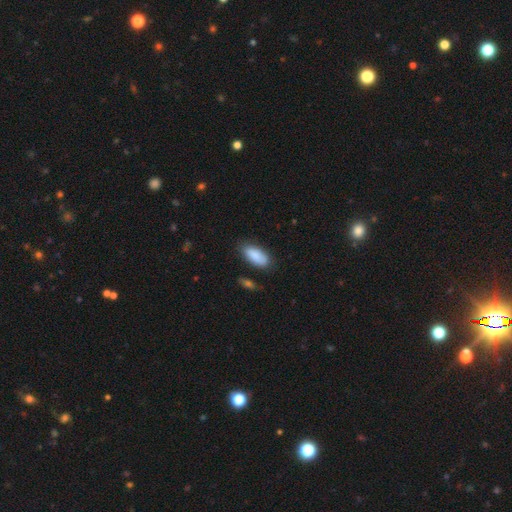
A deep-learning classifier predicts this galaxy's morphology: A smooth galaxy with no disk features (88%) that is in between round and cigar-shaped (87%).

Vote fractions:
- Smooth or featured? smooth: 88% / star or artifact: 6% / featured or disk: 6%
- How rounded? in between: 87% / cigar-shaped: 11% / round: 2%
- Merging? none: 77% / minor disturbance: 17% / major disturbance: 4% / merger: 3%